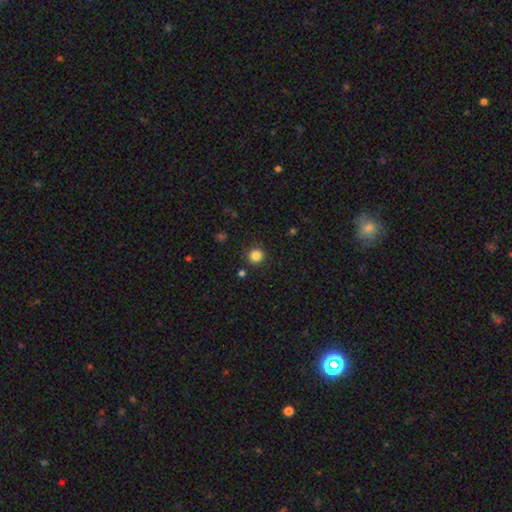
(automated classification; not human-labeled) Smooth or featured? Predicted: smooth (p=0.84). How rounded? Predicted: round (p=0.95). Merging? Predicted: none (p=0.90).